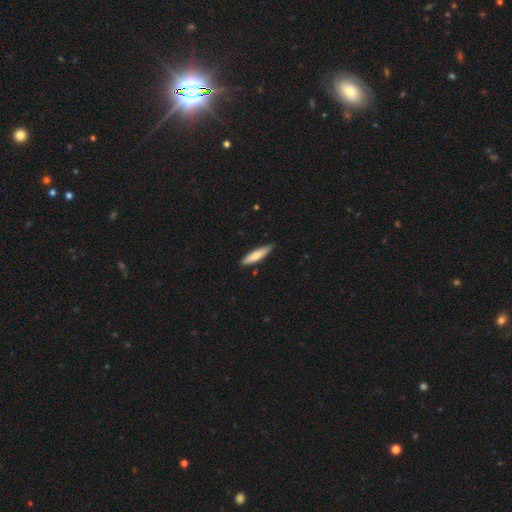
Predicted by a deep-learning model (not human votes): Smooth or featured: smooth — 74% (featured or disk — 21%)
How rounded: cigar-shaped — 80% (in between — 18%)
Merging: none — 85% (minor disturbance — 11%)